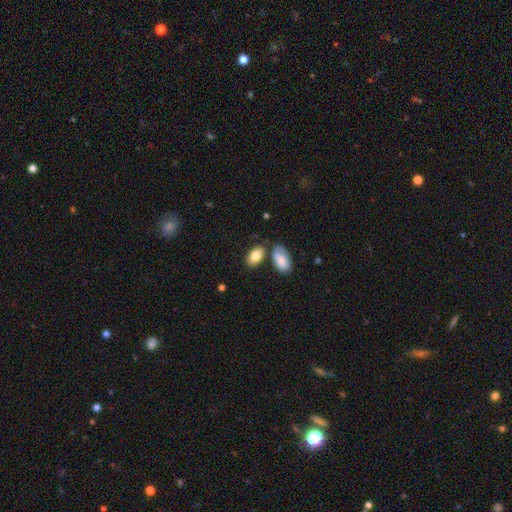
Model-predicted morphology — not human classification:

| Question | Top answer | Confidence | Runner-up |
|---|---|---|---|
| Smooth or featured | smooth | 81% | featured or disk (12%) |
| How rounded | in between | 93% | round (4%) |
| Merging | none | 65% | merger (17%) |